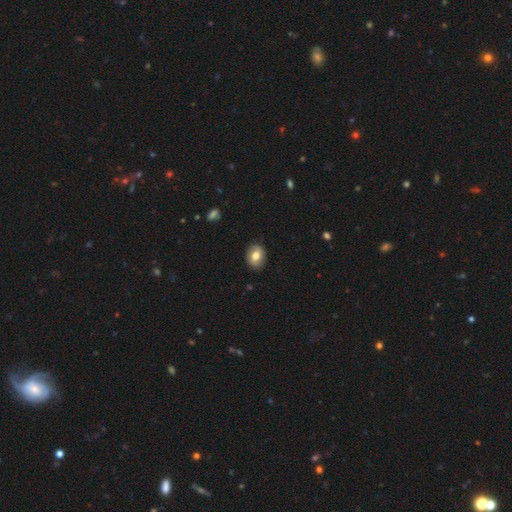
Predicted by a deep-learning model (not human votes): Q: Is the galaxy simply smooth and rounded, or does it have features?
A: smooth — 76%.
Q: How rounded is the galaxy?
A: in between — 62%.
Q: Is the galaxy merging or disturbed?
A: none — 87%.